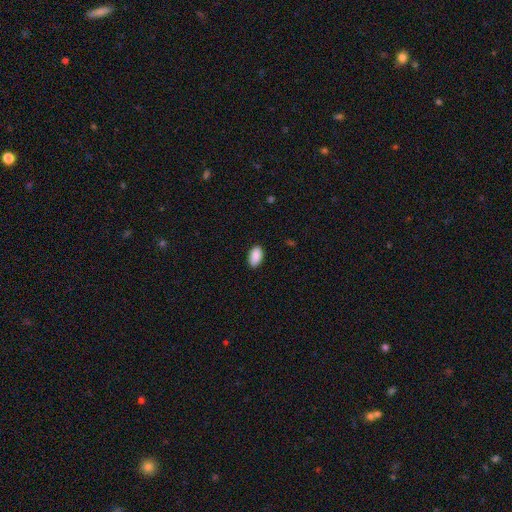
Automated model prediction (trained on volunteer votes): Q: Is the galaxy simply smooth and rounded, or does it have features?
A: smooth — 90%.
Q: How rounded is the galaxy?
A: in between — 94%.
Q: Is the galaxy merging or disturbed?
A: none — 87%.